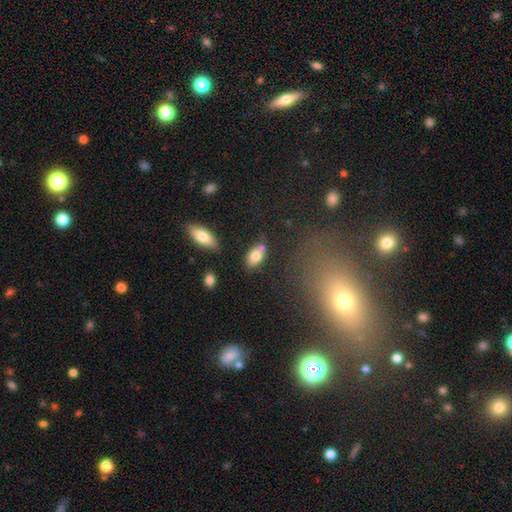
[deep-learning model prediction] The model was most divided on "merging": none: 57%, merger: 21%, minor disturbance: 18%, major disturbance: 5%. More confident: how rounded — in between (88%); smooth or featured — smooth (78%).